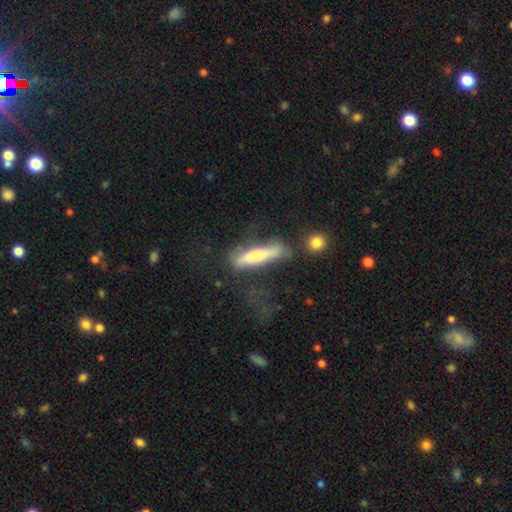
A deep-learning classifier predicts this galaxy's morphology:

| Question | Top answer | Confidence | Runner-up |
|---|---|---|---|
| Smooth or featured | featured or disk | 47% | smooth (45%) |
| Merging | none | 48% | minor disturbance (23%) |